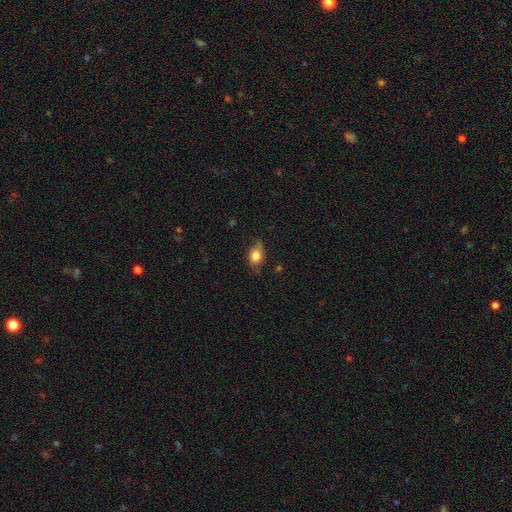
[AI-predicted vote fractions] Smooth or featured: smooth — 80% (featured or disk — 11%)
How rounded: in between — 70% (round — 28%)
Merging: none — 60% (minor disturbance — 31%)